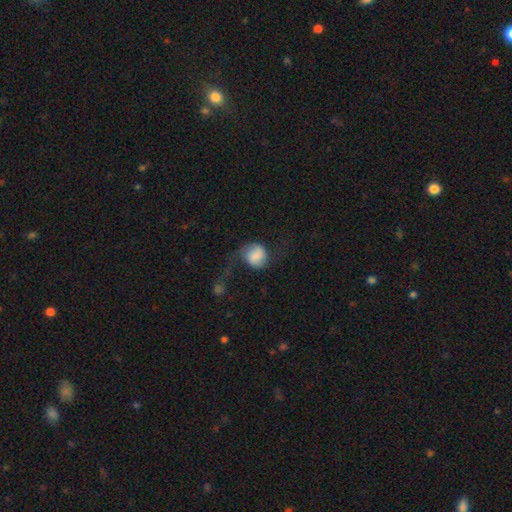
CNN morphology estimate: Smooth or featured: smooth — 62% (featured or disk — 29%)
How rounded: round — 76% (in between — 23%)
Merging: none — 36% (tied with major disturbance — 36%)